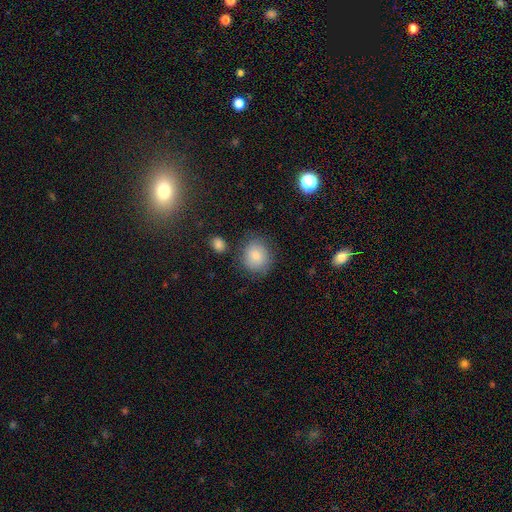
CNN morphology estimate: Smooth or featured? Predicted: smooth (p=0.82). How rounded? Predicted: round (p=0.77). Merging? Predicted: none (p=0.77).